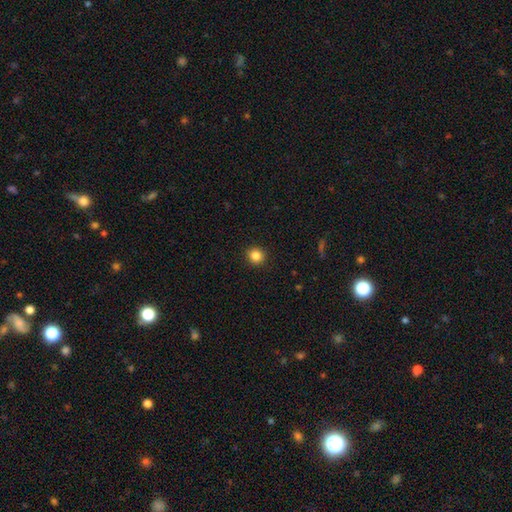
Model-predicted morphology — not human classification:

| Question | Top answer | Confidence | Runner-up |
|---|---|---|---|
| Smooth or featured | smooth | 85% | star or artifact (11%) |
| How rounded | round | 91% | in between (8%) |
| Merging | none | 93% | minor disturbance (5%) |